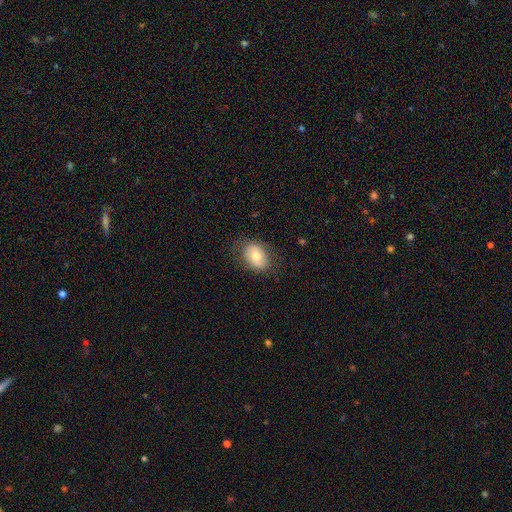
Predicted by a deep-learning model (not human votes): Overall: smooth (68%). How rounded: in between (76%). Merging: none (76%).